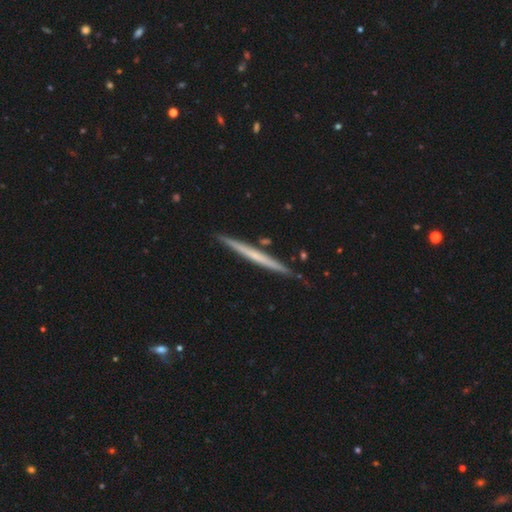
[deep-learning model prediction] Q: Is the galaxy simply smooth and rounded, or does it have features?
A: featured or disk — 56%.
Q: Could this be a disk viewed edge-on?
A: yes — 97%.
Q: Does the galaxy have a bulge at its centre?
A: none — 84%.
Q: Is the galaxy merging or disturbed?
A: none — 87%.